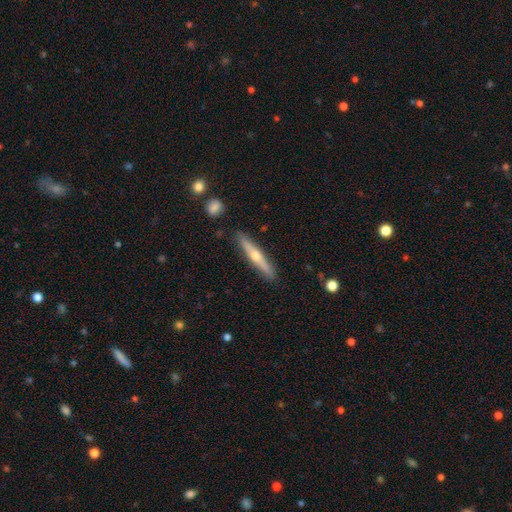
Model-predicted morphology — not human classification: This appears to be a featured or disk galaxy (59%) viewed edge-on (96%) with a rounded central bulge (88%). Merging: none (89%).